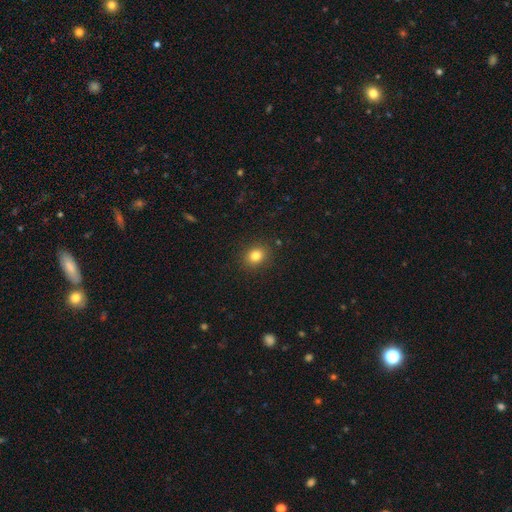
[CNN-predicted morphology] A smooth galaxy with no disk features (82%) that is round (65%).

Vote fractions:
- Smooth or featured? smooth: 82% / star or artifact: 12% / featured or disk: 6%
- How rounded? round: 65% / in between: 35% / cigar-shaped: 1%
- Merging? none: 89% / minor disturbance: 7% / major disturbance: 2% / merger: 1%